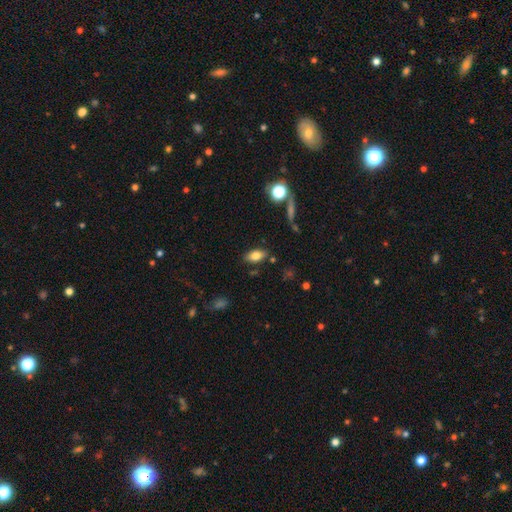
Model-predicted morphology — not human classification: smooth_or_featured: smooth (p=0.80) [alt: featured or disk p=0.11]
how_rounded: in between (p=0.90) [alt: cigar-shaped p=0.06]
merging: none (p=0.83) [alt: minor disturbance p=0.11]